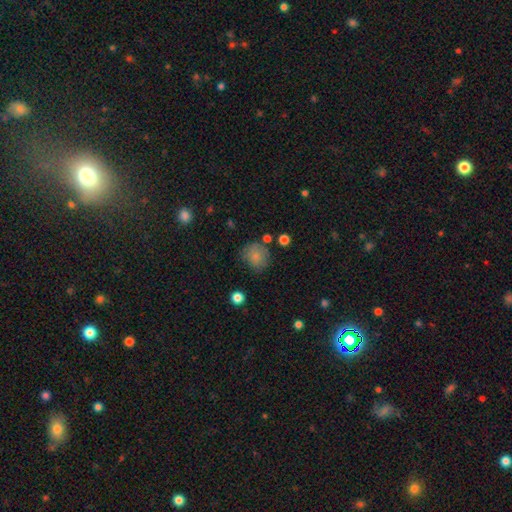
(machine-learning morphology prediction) Smooth or featured? smooth (80%)
How rounded? round (81%)
Merging? none (69%)